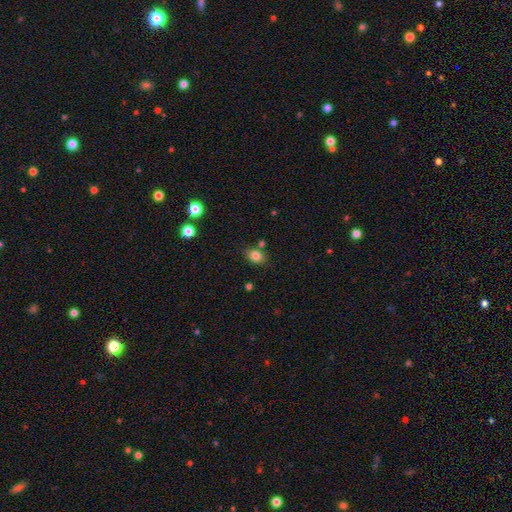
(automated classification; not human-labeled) Q: Smooth or featured?
A: smooth (82%); runner-up: star or artifact (11%)
Q: How rounded?
A: in between (65%); runner-up: round (33%)
Q: Merging?
A: none (73%); runner-up: minor disturbance (15%)